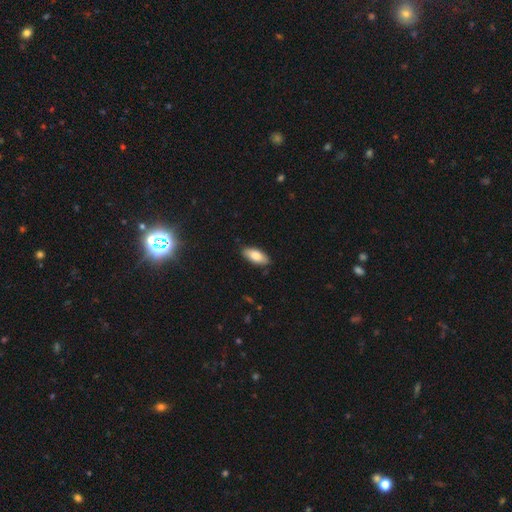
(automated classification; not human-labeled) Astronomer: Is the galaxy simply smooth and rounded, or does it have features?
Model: smooth — 82%.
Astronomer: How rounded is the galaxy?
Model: in between — 84%.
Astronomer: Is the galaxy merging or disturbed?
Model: none — 87%.